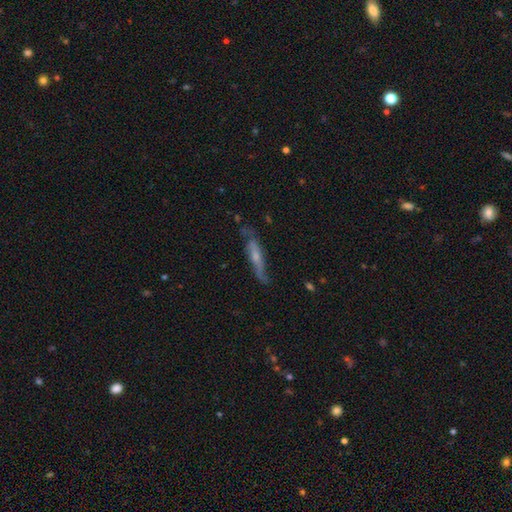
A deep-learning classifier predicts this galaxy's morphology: type=featured or disk (61%); edge-on=yes (65%); merging=none (65%).